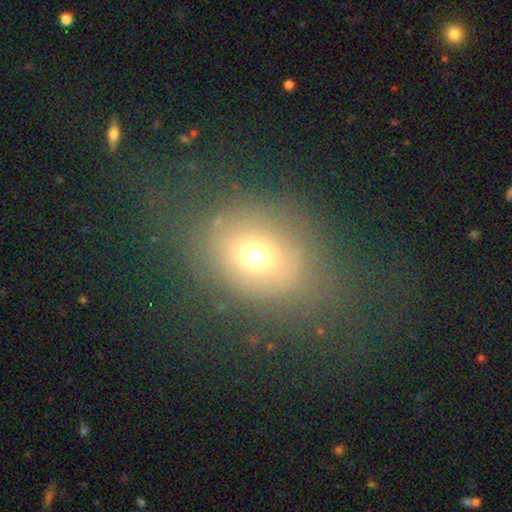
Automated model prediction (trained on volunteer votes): Smooth or featured? smooth (65%)
How rounded? round (59%)
Merging? none (65%)